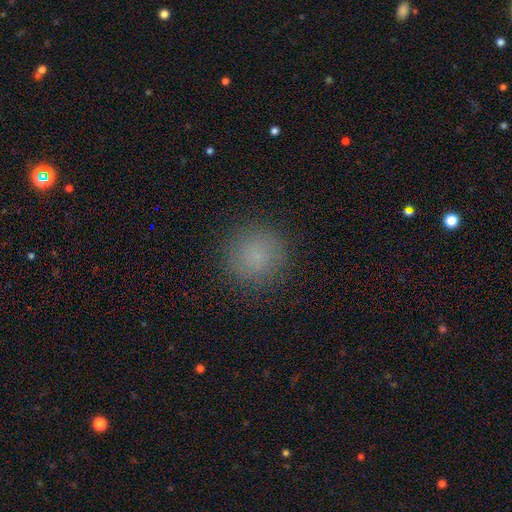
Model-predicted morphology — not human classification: Smooth or featured? Predicted: smooth (p=0.79). How rounded? Predicted: round (p=0.95). Merging? Predicted: none (p=0.88).